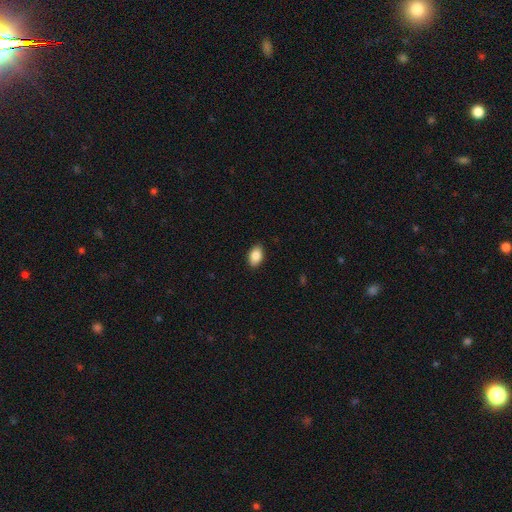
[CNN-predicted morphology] The model was most divided on "smooth or featured": smooth: 87%, star or artifact: 7%, featured or disk: 6%. More confident: how rounded — in between (90%); merging — none (89%).